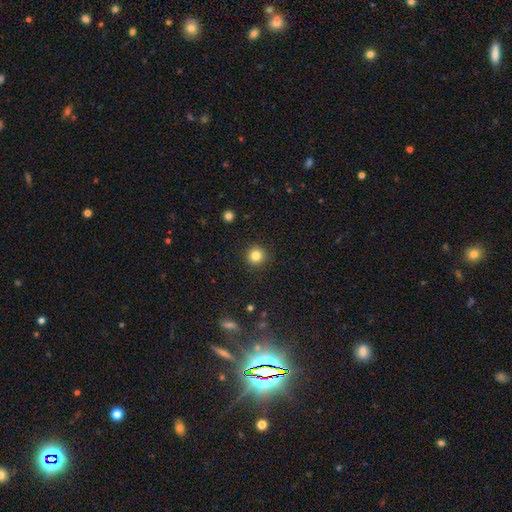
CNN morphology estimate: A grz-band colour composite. It shows a smooth galaxy with no disk features (83%) that is round (95%). Merging: none (92%).